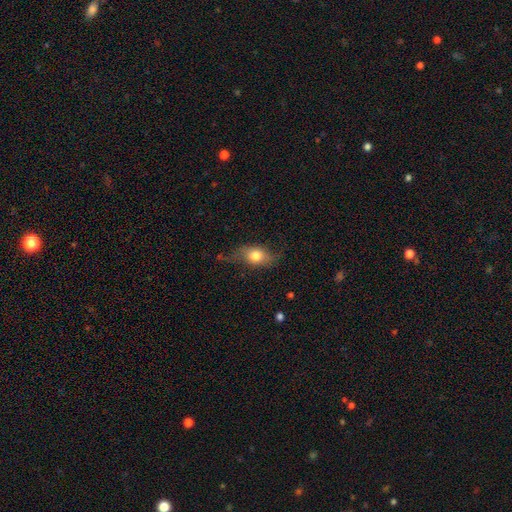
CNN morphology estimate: Smooth or featured? Predicted: smooth (p=0.64). How rounded? Predicted: in between (p=0.71). Merging? Predicted: none (p=0.56).